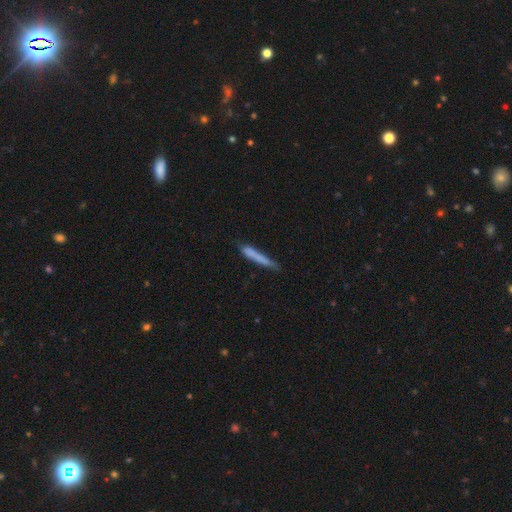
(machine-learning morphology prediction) Smooth or featured? Predicted: smooth (p=0.73). How rounded? Predicted: cigar-shaped (p=0.94). Merging? Predicted: none (p=0.66).